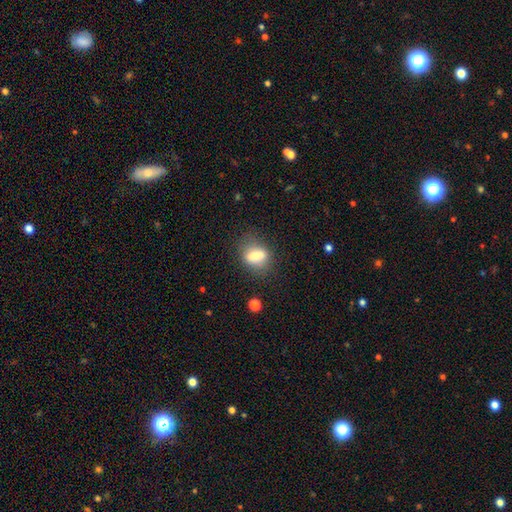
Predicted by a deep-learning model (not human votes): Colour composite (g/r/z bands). It shows a smooth galaxy with no disk features (70%) that is in between round and cigar-shaped (65%). Merging: none (71%).